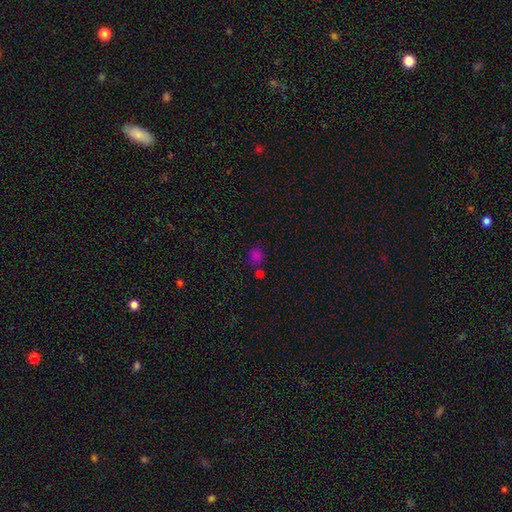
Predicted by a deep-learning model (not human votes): A smooth galaxy with no disk features (70%) that is round (79%).

Vote fractions:
- Smooth or featured? smooth: 70% / star or artifact: 25% / featured or disk: 5%
- How rounded? round: 79% / in between: 19% / cigar-shaped: 1%
- Merging? none: 68% / merger: 18% / minor disturbance: 10% / major disturbance: 4%